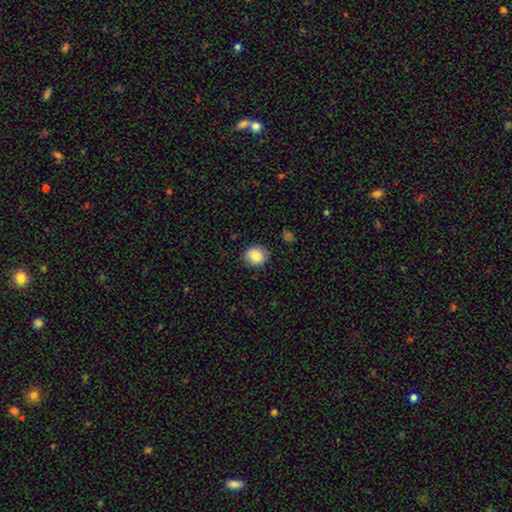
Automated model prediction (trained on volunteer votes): smooth 86%, star or artifact 8%, featured or disk 6%. Down the decision tree: how rounded — round (70%); merging — none (84%).